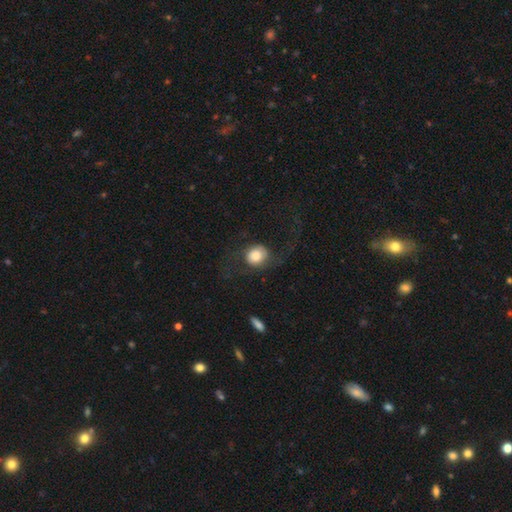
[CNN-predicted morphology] Overall: smooth (67%). How rounded: round (73%). Merging: none (49%; major disturbance 30%).